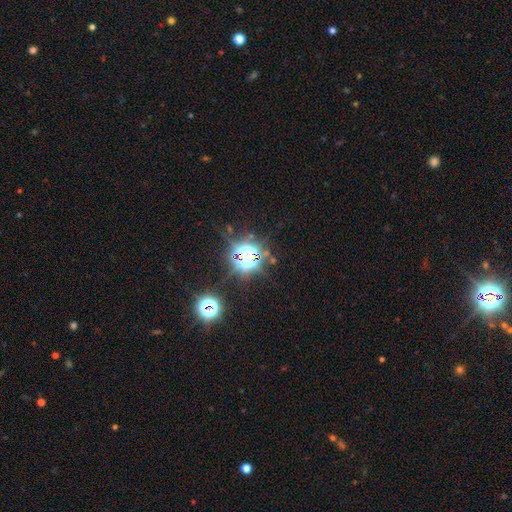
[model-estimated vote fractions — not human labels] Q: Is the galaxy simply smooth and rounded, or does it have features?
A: star or artifact — 77%.